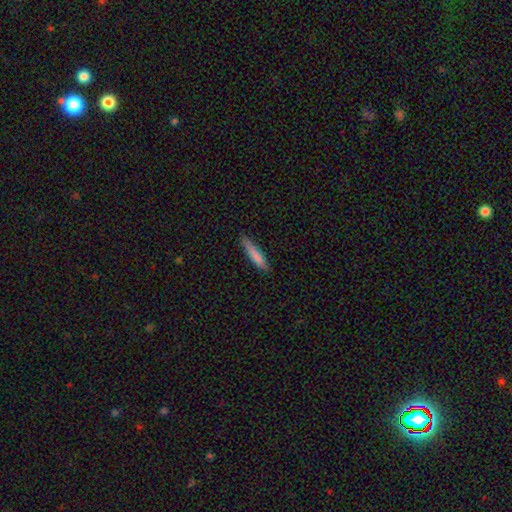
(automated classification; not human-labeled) This is clearly a smooth galaxy (80%). How rounded: clearly cigar-shaped (88%). Merging: clearly none (82%).